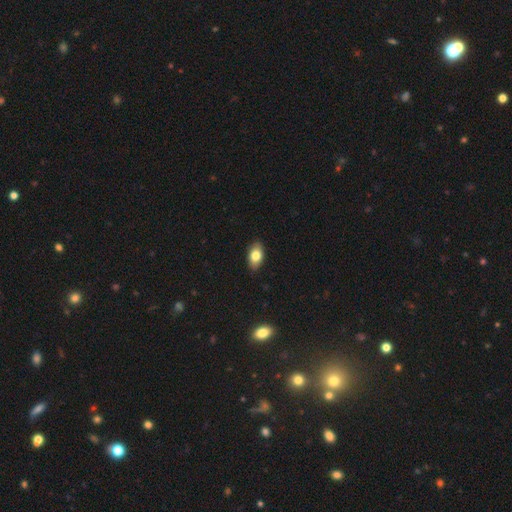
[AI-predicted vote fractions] Q: Smooth or featured?
A: smooth (79%); runner-up: featured or disk (13%)
Q: How rounded?
A: in between (89%); runner-up: round (8%)
Q: Merging?
A: none (87%); runner-up: minor disturbance (10%)